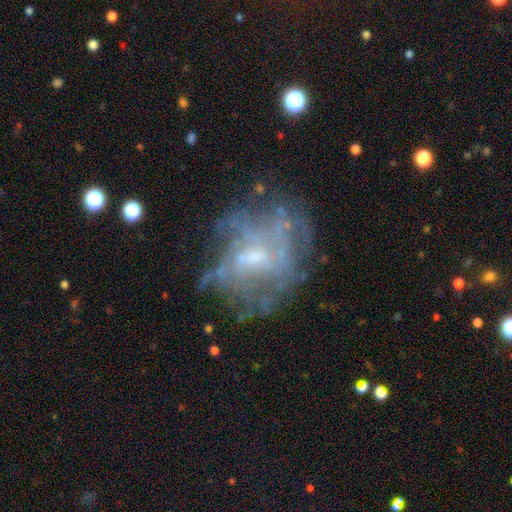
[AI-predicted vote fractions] featured or disk 71%, smooth 17%, star or artifact 12%. Down the decision tree: edge-on disk — no (97%); bar — no (54%); spiral arms — no (53%); bulge size — small (45%); merging — none (55%).